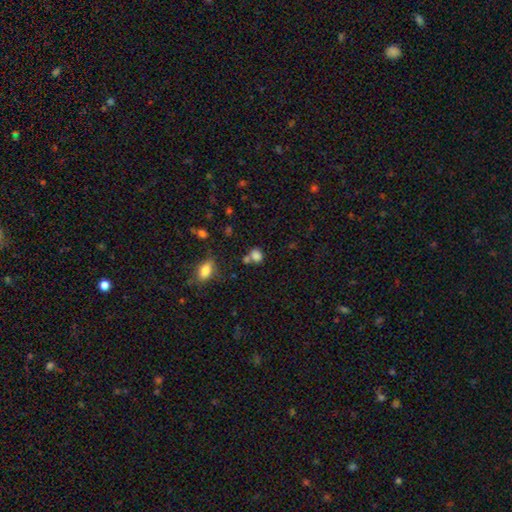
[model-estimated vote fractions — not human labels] The model was most divided on "how rounded": round: 54%, in between: 44%, cigar-shaped: 2%. More confident: smooth or featured — smooth (81%); merging — none (52%).